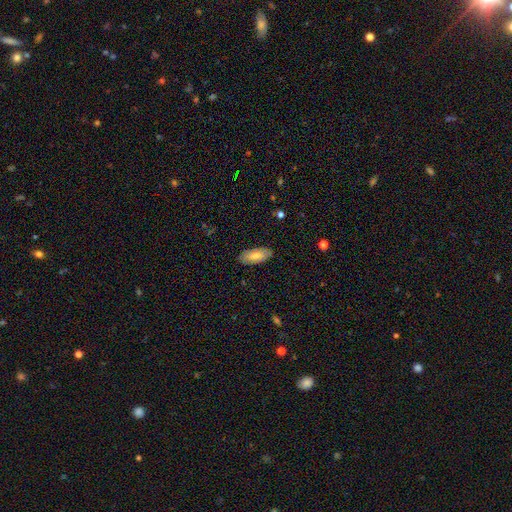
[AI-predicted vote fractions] smooth 78%, featured or disk 16%, star or artifact 6%. Down the decision tree: how rounded — in between (87%); merging — none (86%).